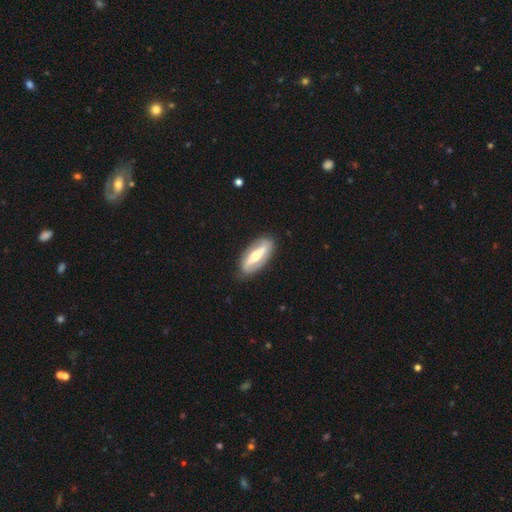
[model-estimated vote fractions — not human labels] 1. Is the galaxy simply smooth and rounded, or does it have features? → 69% featured or disk, 26% smooth, 4% star or artifact.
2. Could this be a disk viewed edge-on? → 81% no, 19% yes.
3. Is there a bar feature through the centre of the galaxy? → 64% strong, 20% weak, 15% no.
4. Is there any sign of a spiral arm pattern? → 55% yes, 45% no.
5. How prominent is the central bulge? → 69% moderate, 21% small, 8% large, 1% dominant, 1% none.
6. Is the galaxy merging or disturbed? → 85% none, 11% minor disturbance, 3% major disturbance, 1% merger.